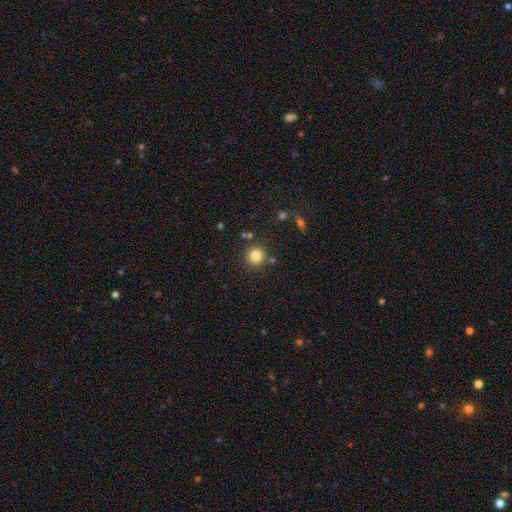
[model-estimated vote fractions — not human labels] A smooth galaxy with no disk features (83%) that is round (93%). Merging: none (85%).